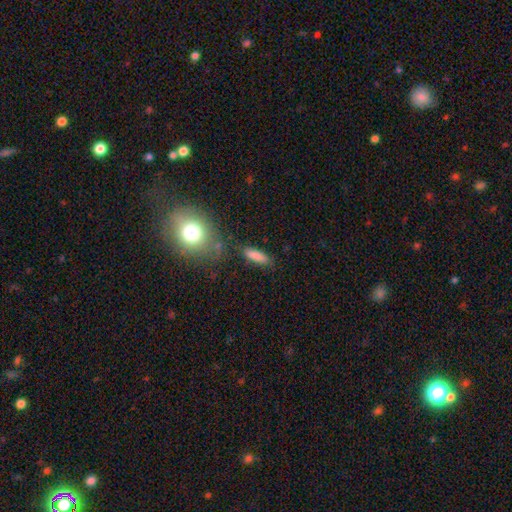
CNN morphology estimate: Smooth or featured? smooth (83%)
How rounded? cigar-shaped (56%)
Merging? none (78%)